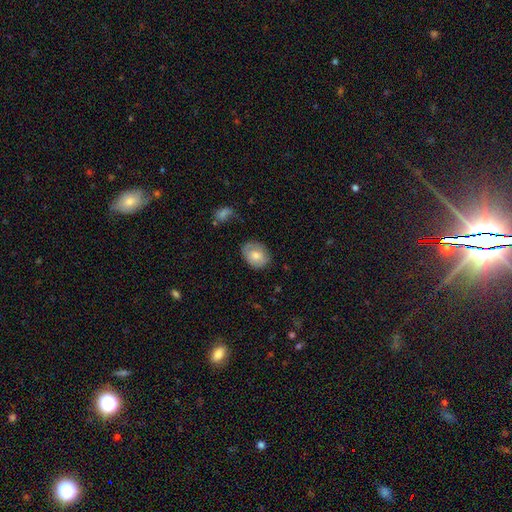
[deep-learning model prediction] This is likely a smooth galaxy (65%). How rounded: likely in between (62%). Merging: likely none (71%).